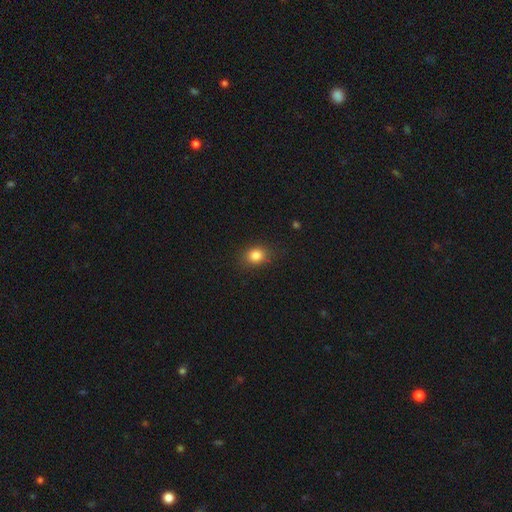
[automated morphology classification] smooth-or-featured: smooth: 83% | star or artifact: 11% | featured or disk: 5%
  how-rounded: round: 57% | in between: 41% | cigar-shaped: 1%
  merging: none: 83% | minor disturbance: 12% | major disturbance: 3% | merger: 1%